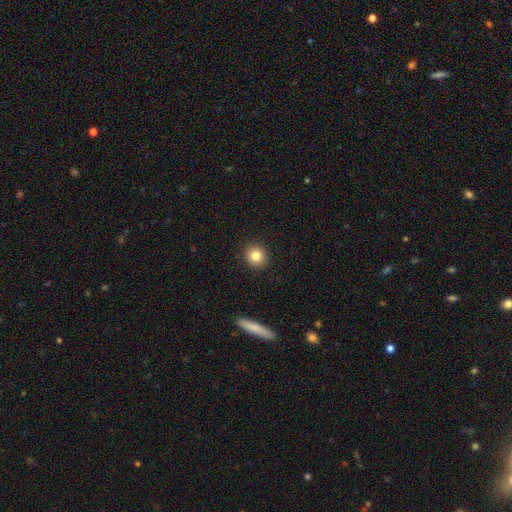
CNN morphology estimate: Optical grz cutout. It shows a smooth galaxy with no disk features (83%) that is round (90%). Merging: none (91%).